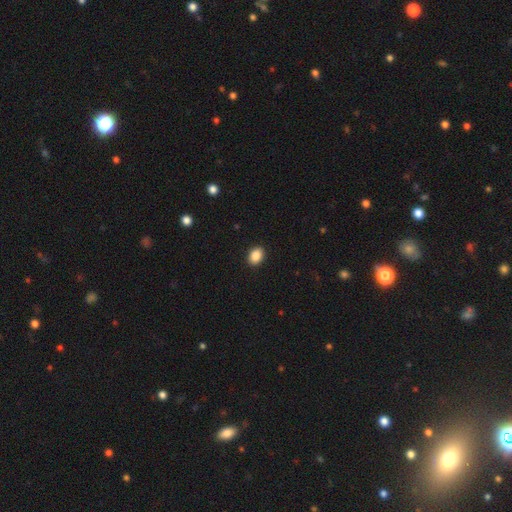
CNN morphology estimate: The model was most divided on "how rounded": in between: 68%, round: 31%, cigar-shaped: 1%. More confident: merging — none (92%); smooth or featured — smooth (88%).